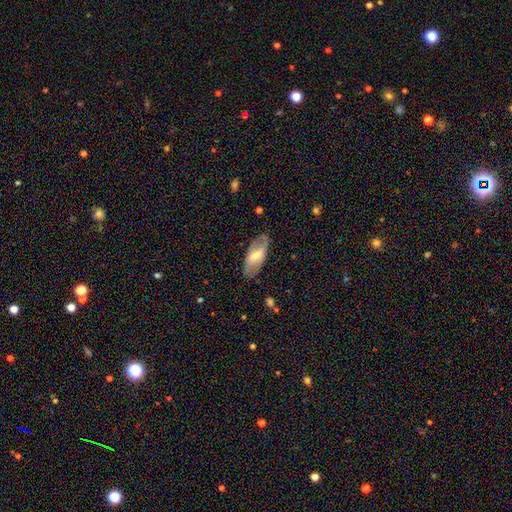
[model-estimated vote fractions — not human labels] smooth_or_featured: featured or disk (p=0.57) [alt: smooth p=0.38]
disk_edge_on: no (p=0.82) [alt: yes p=0.18]
merging: none (p=0.79) [alt: minor disturbance p=0.15]